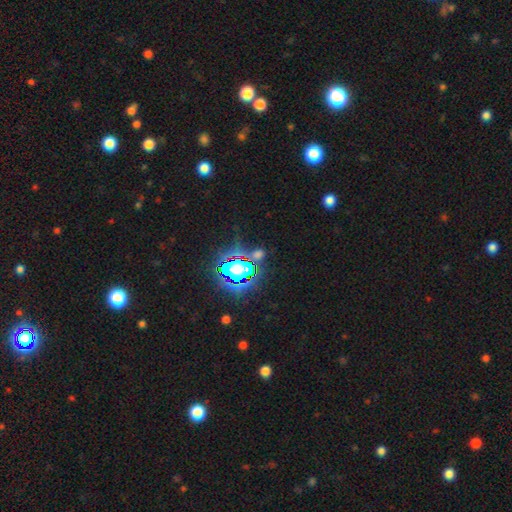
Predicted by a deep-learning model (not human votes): Overall: star or artifact (72%).